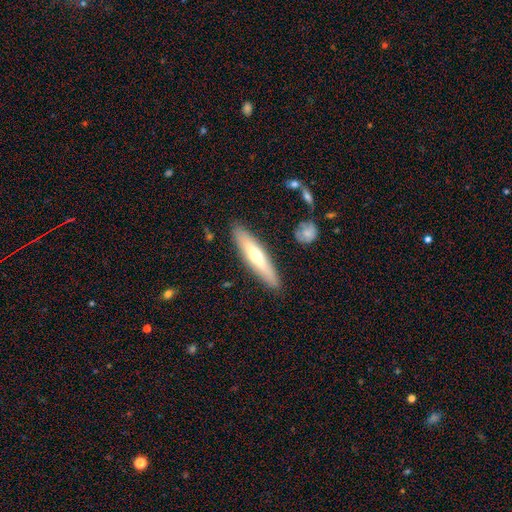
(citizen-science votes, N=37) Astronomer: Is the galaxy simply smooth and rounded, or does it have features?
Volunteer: smooth — 49%, tied with featured or disk at 49%.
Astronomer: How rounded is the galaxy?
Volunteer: cigar-shaped — 94%.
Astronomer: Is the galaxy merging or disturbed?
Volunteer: none — 92%.